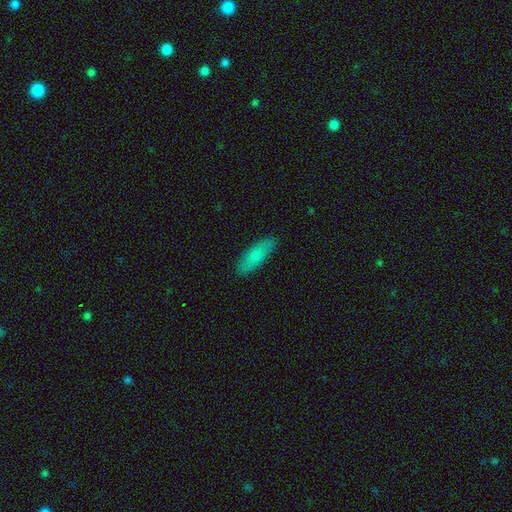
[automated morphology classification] smooth-or-featured: smooth: 80% | featured or disk: 13% | star or artifact: 6%
  how-rounded: in between: 58% | cigar-shaped: 40% | round: 2%
  merging: none: 87% | minor disturbance: 10% | major disturbance: 2% | merger: 1%